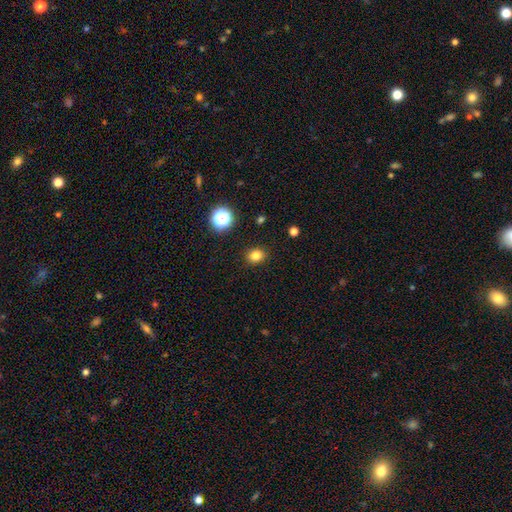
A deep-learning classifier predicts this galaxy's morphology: This is clearly a smooth galaxy (81%). How rounded: likely round (64%). Merging: clearly none (90%).